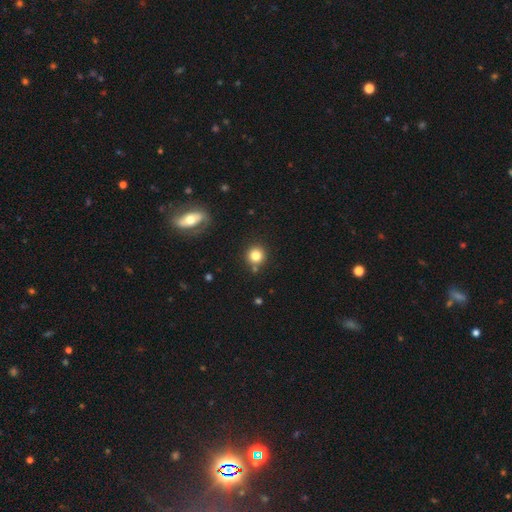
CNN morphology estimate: Q: Smooth or featured?
A: smooth (81%); runner-up: star or artifact (11%)
Q: How rounded?
A: round (92%); runner-up: in between (7%)
Q: Merging?
A: none (81%); runner-up: minor disturbance (9%)